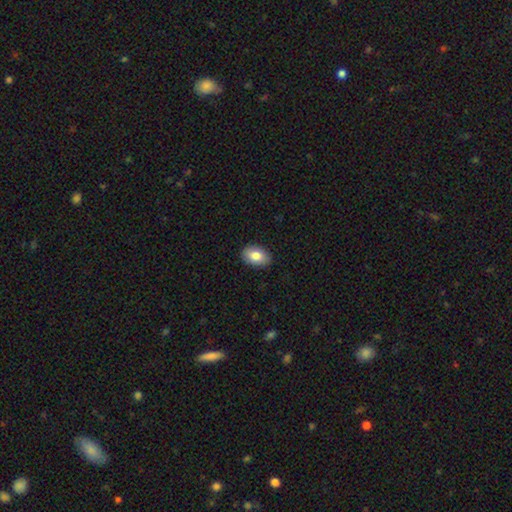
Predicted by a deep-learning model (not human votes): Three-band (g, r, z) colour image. It shows a smooth galaxy with no disk features (82%) that is in between round and cigar-shaped (88%). Merging: none (89%).